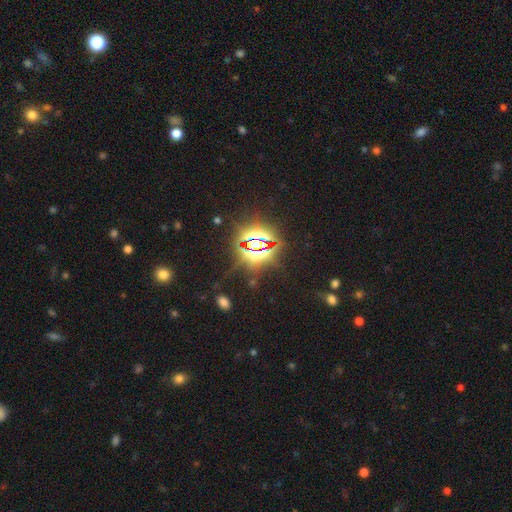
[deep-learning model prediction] A star or artifact, not a galaxy (82%).

Vote fractions:
- Smooth or featured? star or artifact: 82% / smooth: 10% / featured or disk: 8%